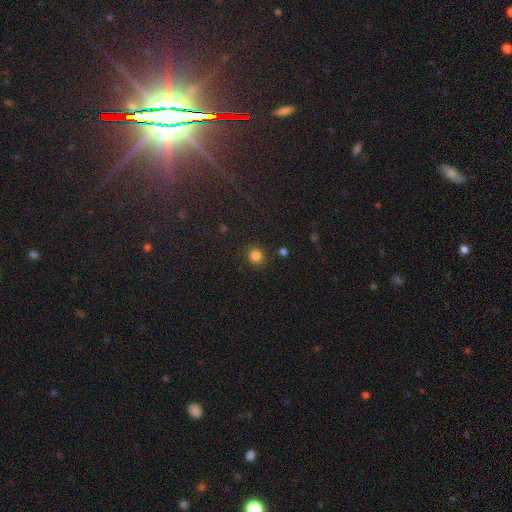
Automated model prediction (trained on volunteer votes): This appears to be a smooth galaxy with no disk features (83%) that is round (88%). Merging: none (87%).